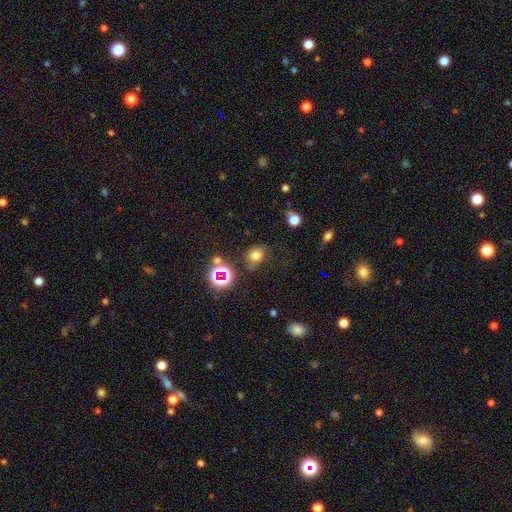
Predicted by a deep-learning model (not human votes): A smooth galaxy with no disk features (69%) that is round (61%). Merging: none (60%).